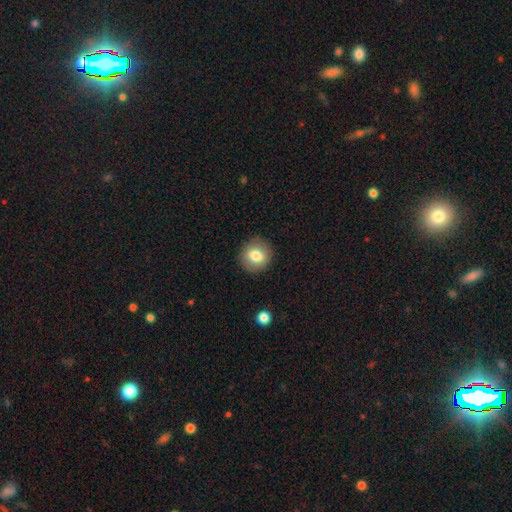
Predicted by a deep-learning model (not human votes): A smooth galaxy with no disk features (78%) that is round (84%). Merging: none (89%).